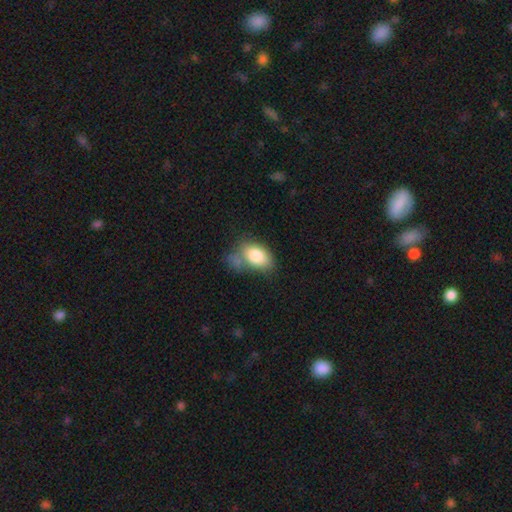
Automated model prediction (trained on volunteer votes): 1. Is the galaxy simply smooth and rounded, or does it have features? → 81% smooth, 11% featured or disk, 7% star or artifact.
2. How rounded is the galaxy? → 89% in between, 10% round, 2% cigar-shaped.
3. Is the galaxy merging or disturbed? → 40% none, 25% minor disturbance, 21% merger, 13% major disturbance.